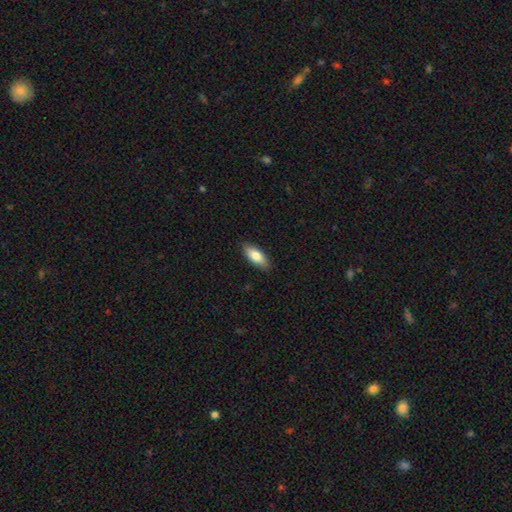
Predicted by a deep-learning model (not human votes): This is likely a smooth galaxy (80%). How rounded: likely in between (79%). Merging: clearly none (87%).